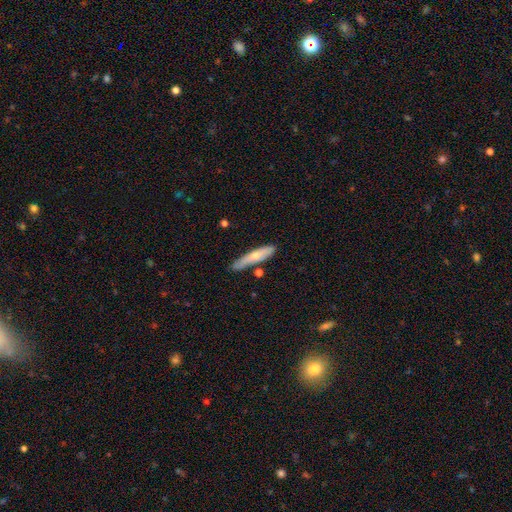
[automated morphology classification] smooth 59%, featured or disk 35%, star or artifact 6%. Down the decision tree: how rounded — cigar-shaped (86%); merging — none (73%).